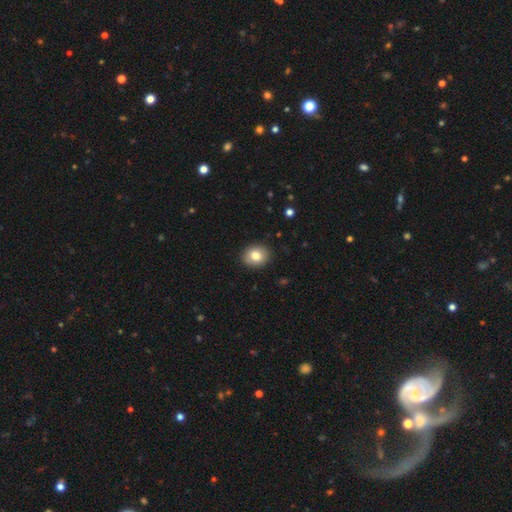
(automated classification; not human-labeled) A smooth galaxy with no disk features (81%) that is round (60%).

Vote fractions:
- Smooth or featured? smooth: 81% / featured or disk: 10% / star or artifact: 9%
- How rounded? round: 60% / in between: 40% / cigar-shaped: 1%
- Merging? none: 90% / minor disturbance: 8% / major disturbance: 2% / merger: 1%